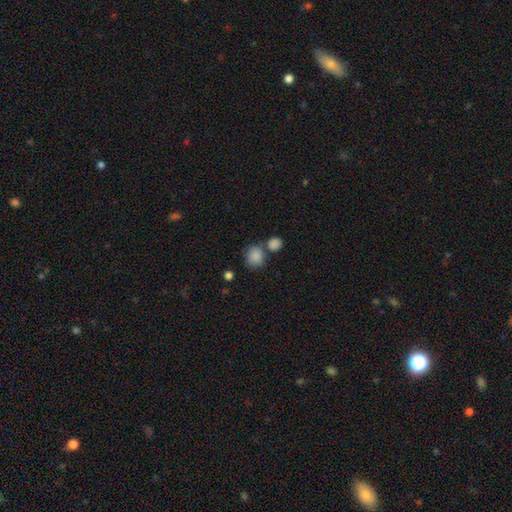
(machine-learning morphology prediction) Overall: smooth (87%). How rounded: round (74%). Merging: none (54%; merger 31%).